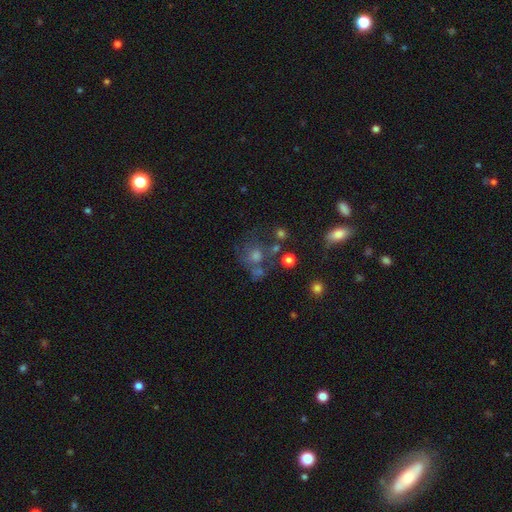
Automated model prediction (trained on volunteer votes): This appears to be a smooth galaxy with no disk features (44%). Merging: none (52%).